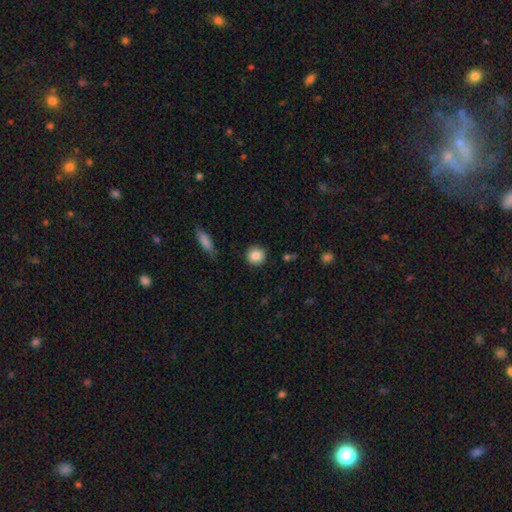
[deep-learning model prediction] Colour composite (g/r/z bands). It shows a smooth galaxy with no disk features (86%) that is round (92%). Merging: none (90%).